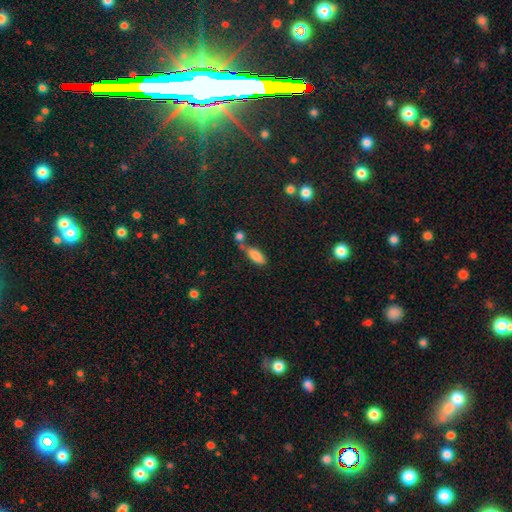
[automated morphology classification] Overall: smooth (82%). How rounded: in between (75%). Merging: none (48%; merger 30%).